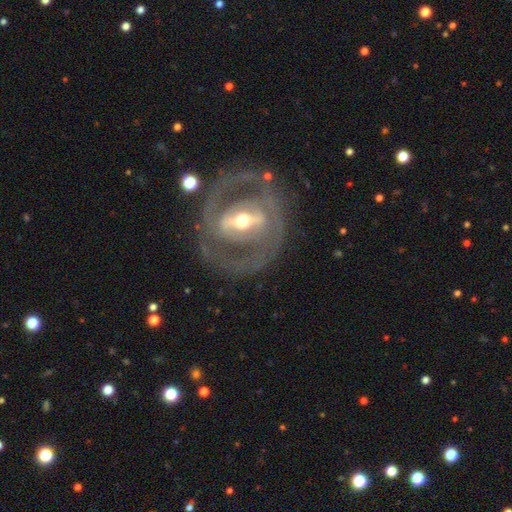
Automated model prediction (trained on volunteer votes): Morphology: type=featured or disk (84%); edge-on=no (94%); bar=strong (57%); spiral arms=yes (73%); winding=tight (52%); arm count=2 (67%); bulge=small (47%); merging=none (74%).